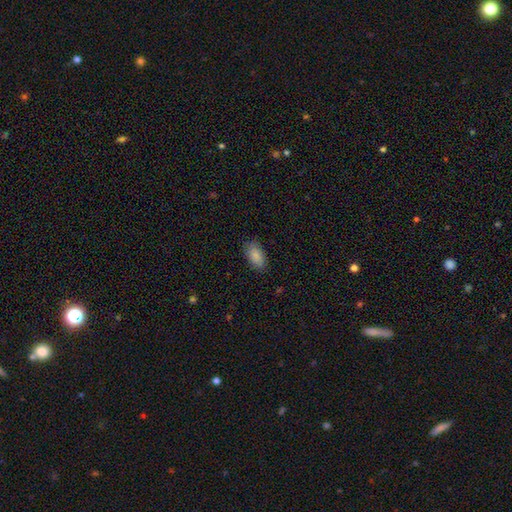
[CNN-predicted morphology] Smooth or featured? smooth (88%)
How rounded? in between (93%)
Merging? none (84%)